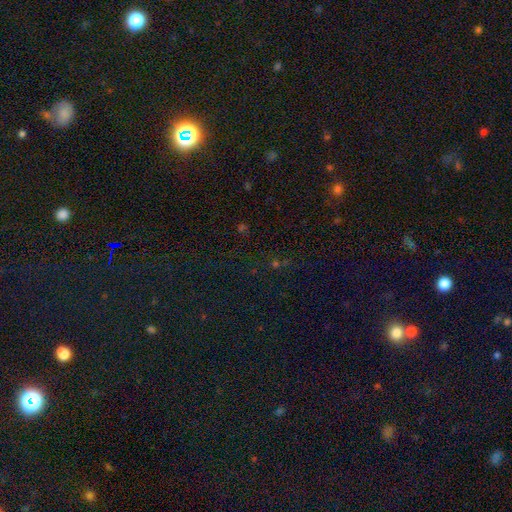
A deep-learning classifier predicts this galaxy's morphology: Q: Smooth or featured?
A: star or artifact (71%); runner-up: smooth (20%)